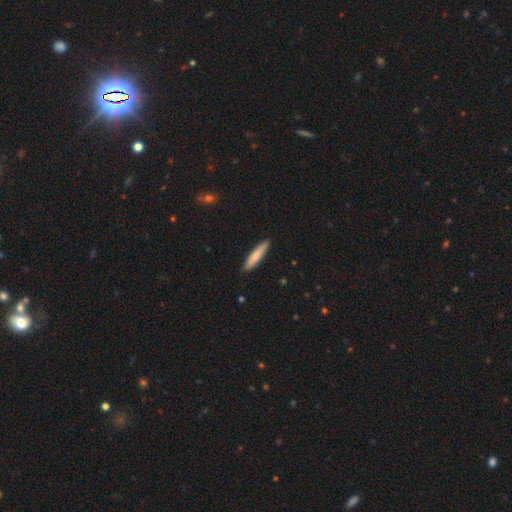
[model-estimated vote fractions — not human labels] smooth 79%, featured or disk 16%, star or artifact 5%. Down the decision tree: how rounded — cigar-shaped (86%); merging — none (90%).